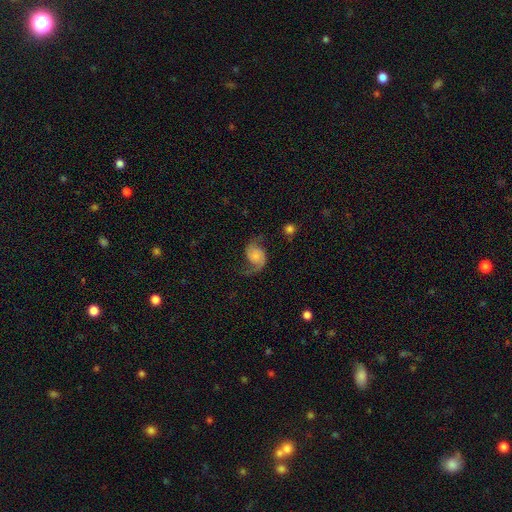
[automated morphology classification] The model was most divided on "bulge size": small: 48%, moderate: 24%, none: 18%, large: 7%, dominant: 3%. More confident: edge-on disk — no (98%); spiral arms — yes (96%); spiral arm count — 2 (90%); smooth or featured — featured or disk (79%); bar — no (70%); merging — none (64%); spiral winding — loose (63%).